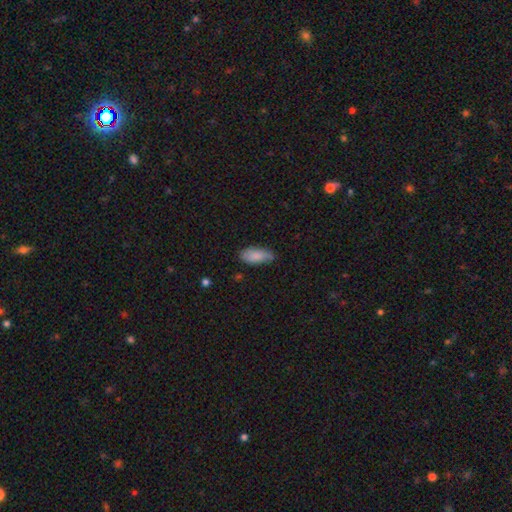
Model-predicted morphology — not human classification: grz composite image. It shows a smooth galaxy with no disk features (85%) that is in between round and cigar-shaped (87%). Merging: none (72%).